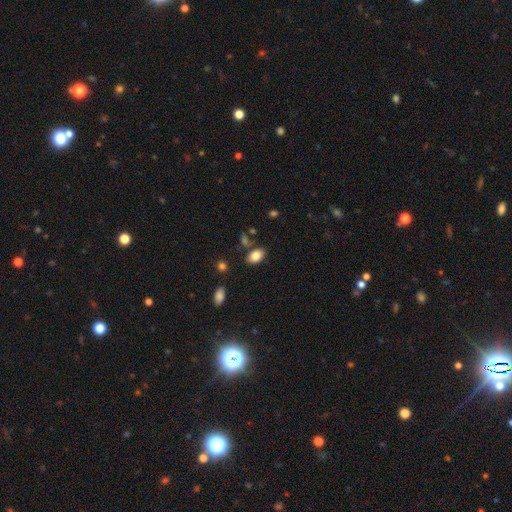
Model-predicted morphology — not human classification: This appears to be a smooth galaxy with no disk features (83%) that is in between round and cigar-shaped (86%). Merging: none (78%).